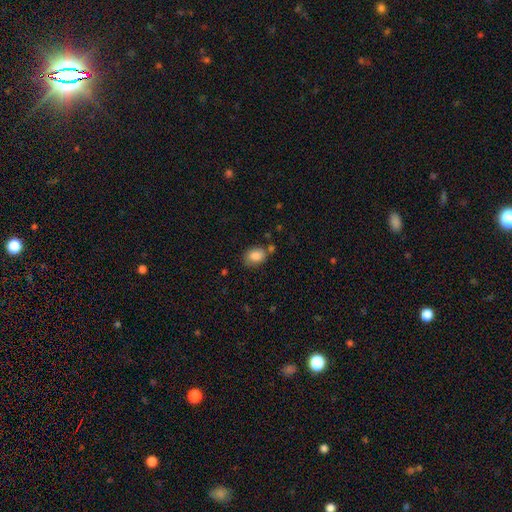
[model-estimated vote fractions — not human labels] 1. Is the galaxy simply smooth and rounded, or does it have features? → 86% smooth, 8% star or artifact, 6% featured or disk.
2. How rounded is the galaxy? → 71% in between, 28% round, 1% cigar-shaped.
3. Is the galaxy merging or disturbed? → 67% none, 20% minor disturbance, 8% merger, 5% major disturbance.